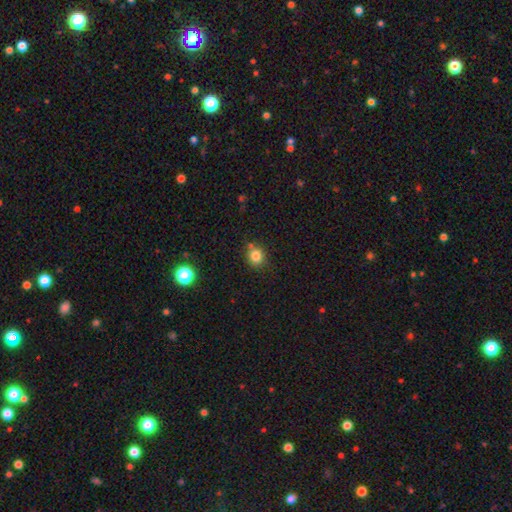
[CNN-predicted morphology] Overall: smooth (83%). How rounded: round (79%). Merging: none (77%).